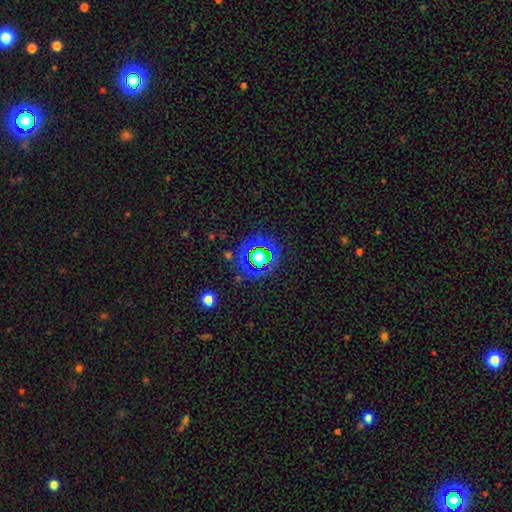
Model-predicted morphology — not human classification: star or artifact 71%, smooth 21%, featured or disk 8%.